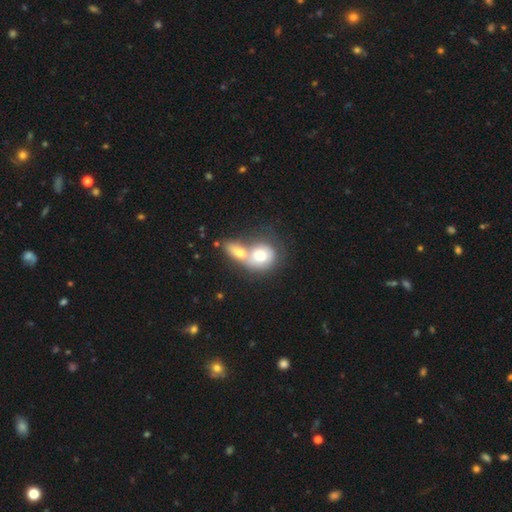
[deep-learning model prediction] This appears to be a smooth galaxy with no disk features (63%) that is round (63%). Merging: merger (74%).